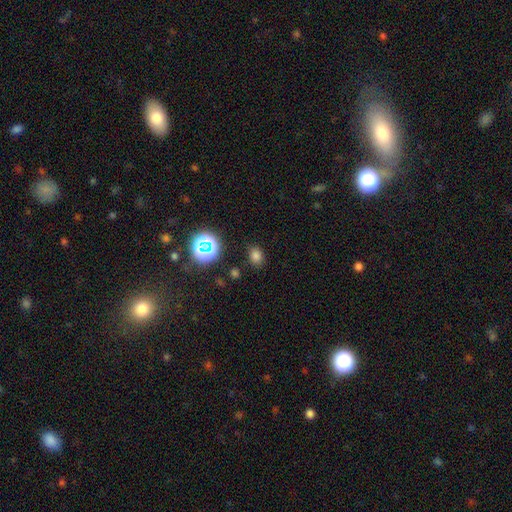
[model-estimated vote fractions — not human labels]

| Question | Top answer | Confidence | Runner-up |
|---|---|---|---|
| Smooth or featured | smooth | 72% | star or artifact (23%) |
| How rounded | in between | 55% | round (44%) |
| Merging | none | 82% | minor disturbance (12%) |